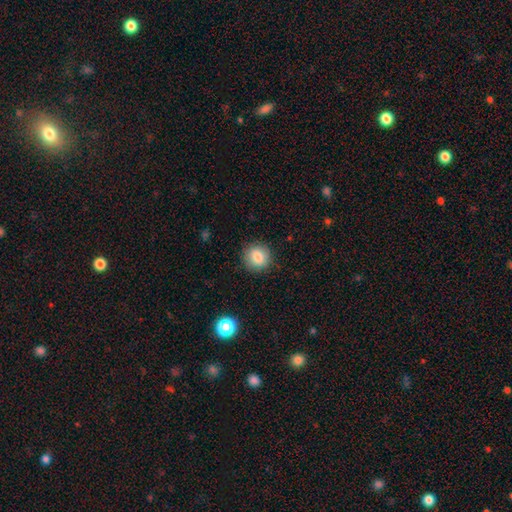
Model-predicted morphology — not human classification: Smooth or featured: smooth — 84% (star or artifact — 10%)
How rounded: round — 87% (in between — 12%)
Merging: none — 88% (minor disturbance — 8%)